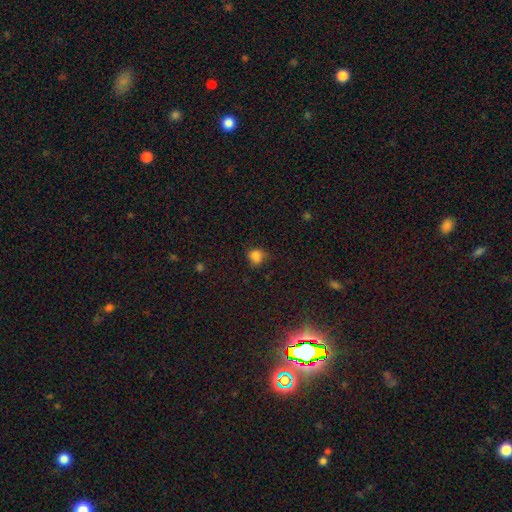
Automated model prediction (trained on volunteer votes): Smooth or featured?
  - smooth: 81% *
  - star or artifact: 14%
  - featured or disk: 6%
How rounded?
  - round: 74% *
  - in between: 25%
  - cigar-shaped: 1%
Merging?
  - none: 61% *
  - minor disturbance: 27%
  - major disturbance: 8%
  - merger: 3%